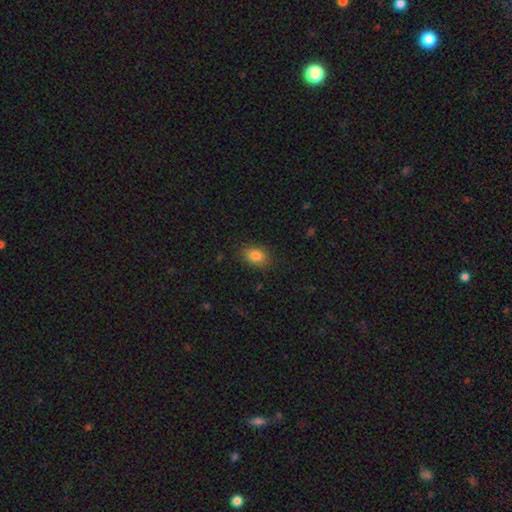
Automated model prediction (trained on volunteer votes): Morphology: type=smooth (84%); roundness=in between (76%); merging=none (85%).